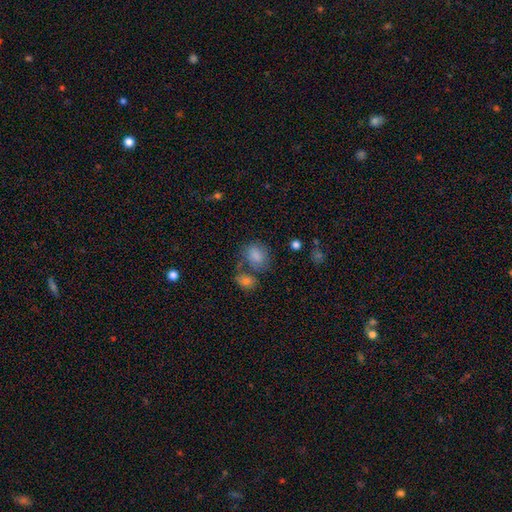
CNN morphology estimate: Smooth or featured? smooth (81%)
How rounded? in between (57%)
Merging? none (48%)